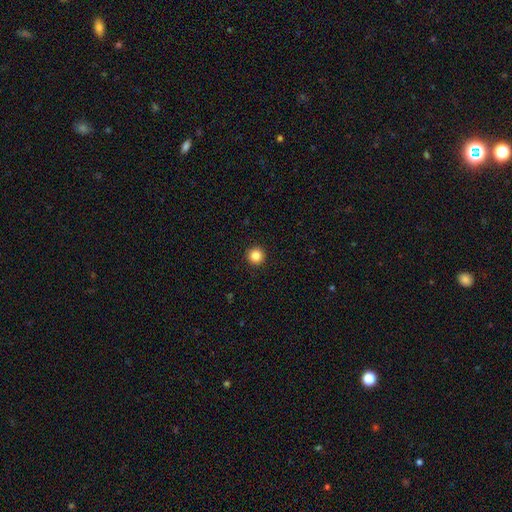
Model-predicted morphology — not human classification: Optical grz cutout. It shows a smooth galaxy with no disk features (85%) that is round (96%). Merging: none (94%).